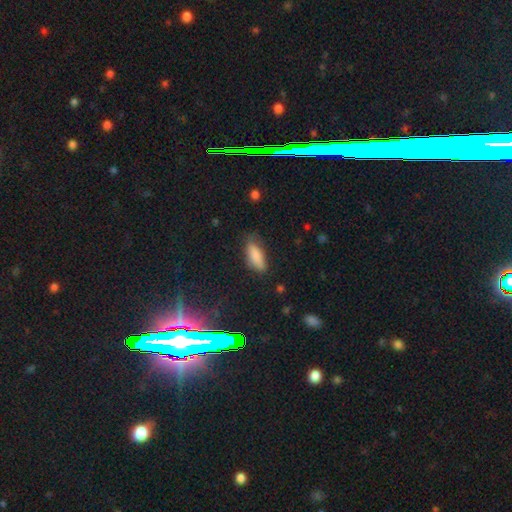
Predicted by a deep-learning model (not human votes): Morphology: type=smooth (83%); roundness=in between (70%); merging=none (71%).